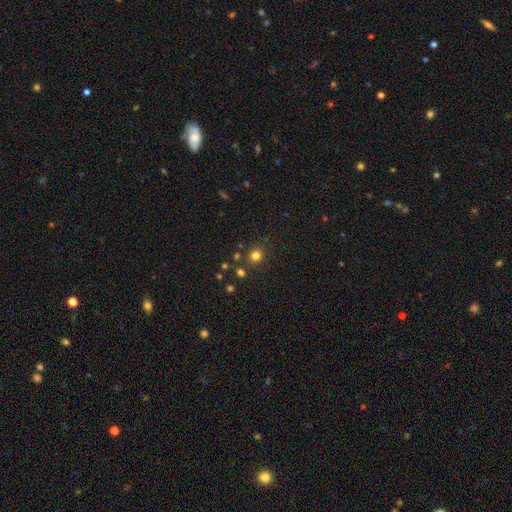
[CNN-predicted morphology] Overall: smooth (79%). How rounded: round (84%). Merging: none (82%).